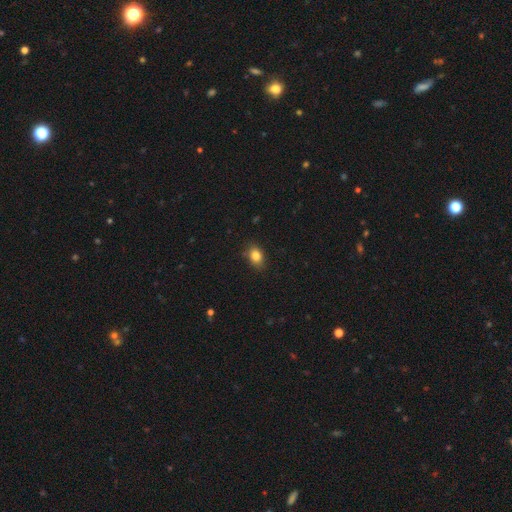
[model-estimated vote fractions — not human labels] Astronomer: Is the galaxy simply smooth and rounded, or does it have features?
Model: smooth — 84%.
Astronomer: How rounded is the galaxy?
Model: in between — 71%.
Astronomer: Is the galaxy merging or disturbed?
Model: none — 83%.